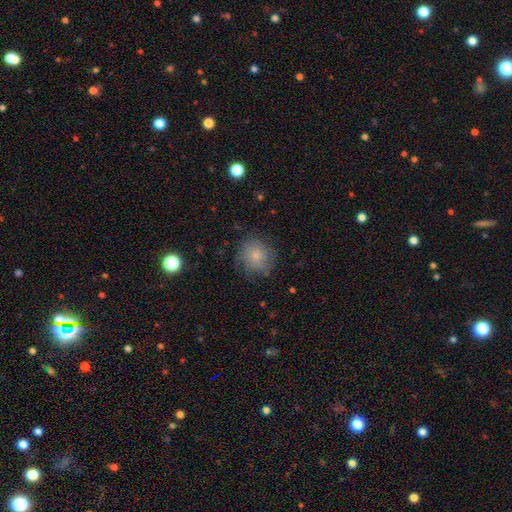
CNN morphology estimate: Smooth or featured? Predicted: smooth (p=0.74). How rounded? Predicted: round (p=0.87). Merging? Predicted: none (p=0.74).